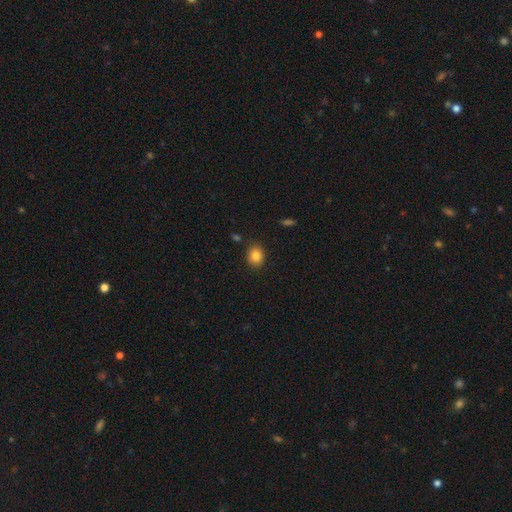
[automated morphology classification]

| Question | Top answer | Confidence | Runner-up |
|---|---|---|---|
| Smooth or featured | smooth | 85% | star or artifact (9%) |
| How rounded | round | 59% | in between (40%) |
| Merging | none | 87% | minor disturbance (9%) |